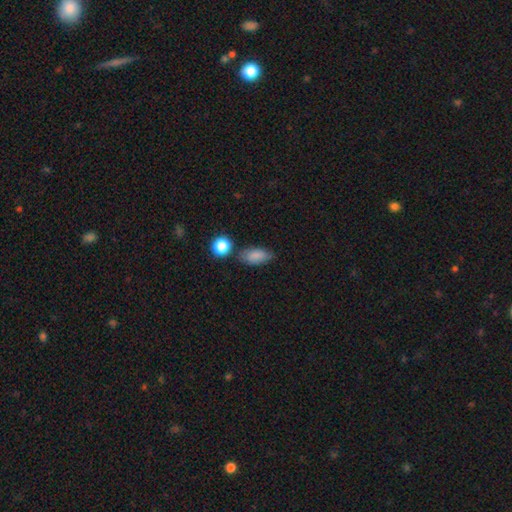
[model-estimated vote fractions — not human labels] smooth_or_featured: smooth (p=0.82) [alt: star or artifact p=0.09]
how_rounded: in between (p=0.88) [alt: round p=0.07]
merging: none (p=0.70) [alt: minor disturbance p=0.19]